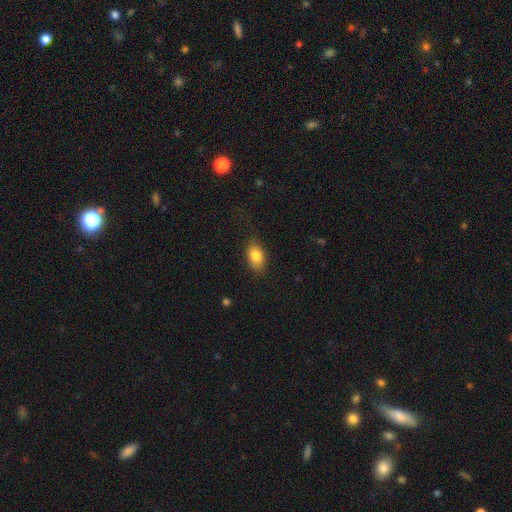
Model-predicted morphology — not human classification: Overall: smooth (83%). How rounded: in between (85%). Merging: none (73%).